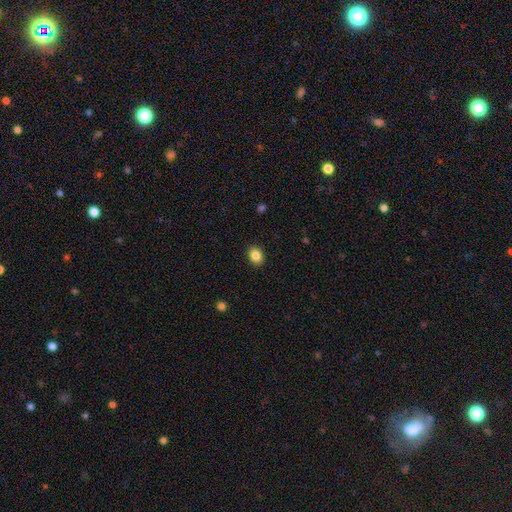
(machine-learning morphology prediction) A smooth galaxy with no disk features (85%) that is in between round and cigar-shaped (54%).

Vote fractions:
- Smooth or featured? smooth: 85% / star or artifact: 9% / featured or disk: 6%
- How rounded? in between: 54% / round: 45% / cigar-shaped: 1%
- Merging? none: 91% / minor disturbance: 7% / major disturbance: 2% / merger: 1%